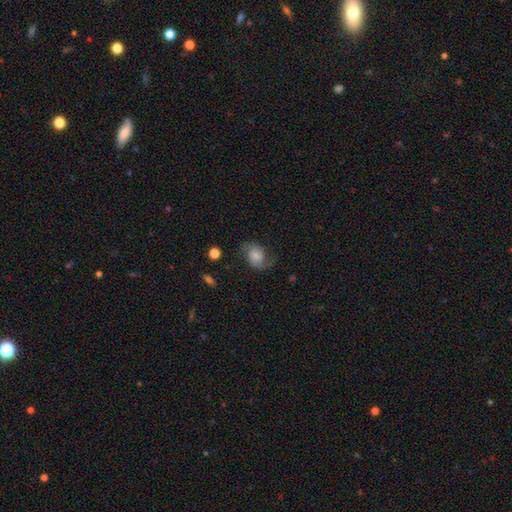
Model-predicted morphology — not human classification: A featured or disk galaxy (59%) with no bar (61%), 2 (88%) medium (42%, tied with loose) spiral arms (92%) and a small central bulge (35%). Merging: none (66%).